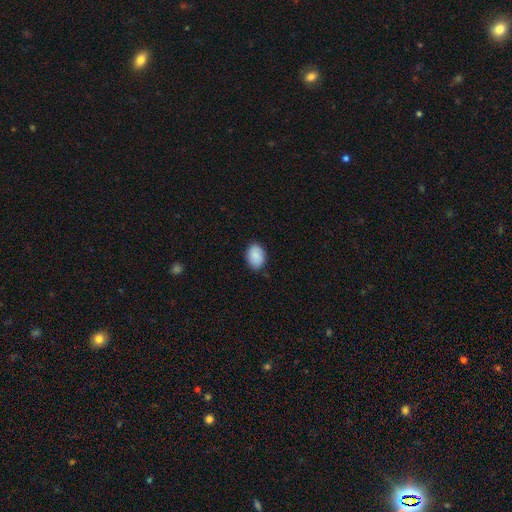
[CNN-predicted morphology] Smooth or featured? Predicted: smooth (p=0.87). How rounded? Predicted: in between (p=0.75). Merging? Predicted: none (p=0.83).